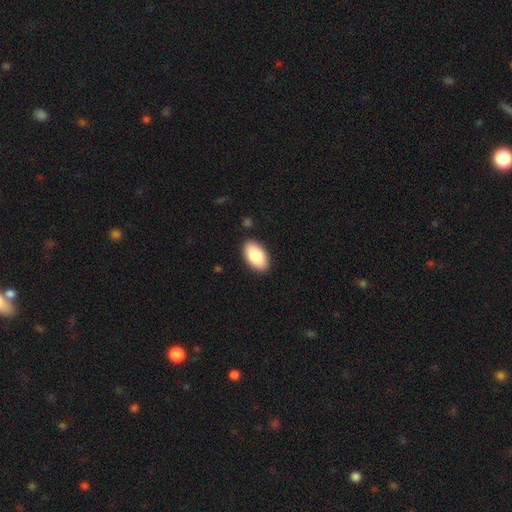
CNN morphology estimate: This is clearly a smooth galaxy (85%). How rounded: clearly in between (95%). Merging: clearly none (89%).